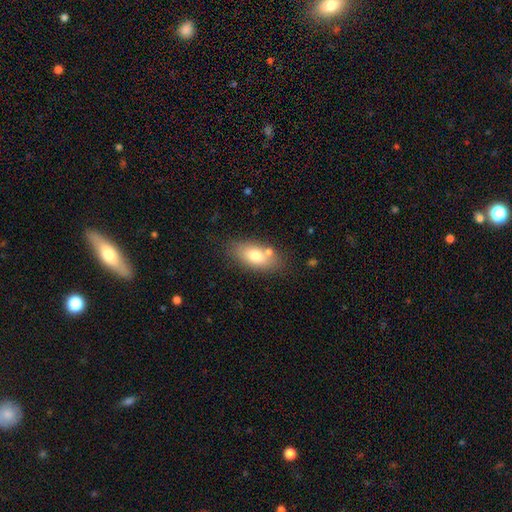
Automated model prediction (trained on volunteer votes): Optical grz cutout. It shows a smooth galaxy with no disk features (73%) that is in between round and cigar-shaped (88%). Merging: none (70%).